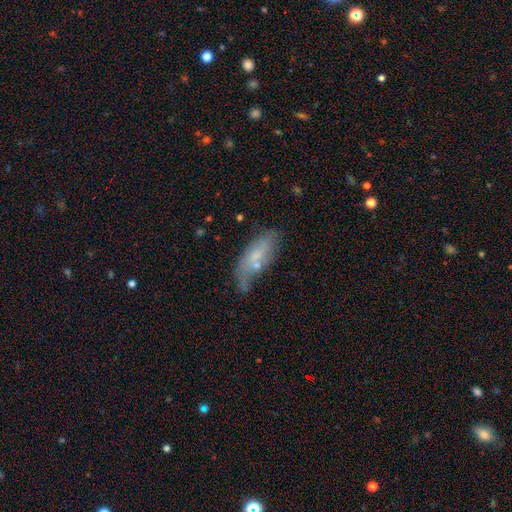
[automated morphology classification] A smooth galaxy with no disk features (53%) that is in between round and cigar-shaped (68%).

Vote fractions:
- Smooth or featured? smooth: 53% / featured or disk: 38% / star or artifact: 8%
- How rounded? in between: 68% / cigar-shaped: 29% / round: 3%
- Merging? none: 51% / minor disturbance: 27% / merger: 11% / major disturbance: 11%